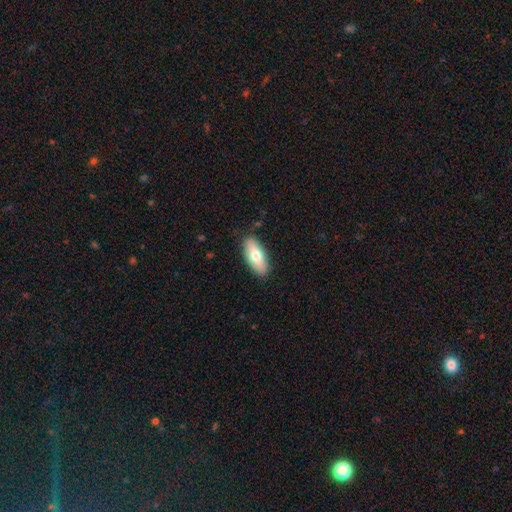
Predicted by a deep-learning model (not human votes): A smooth galaxy with no disk features (71%) that is in between round and cigar-shaped (82%).

Vote fractions:
- Smooth or featured? smooth: 71% / featured or disk: 23% / star or artifact: 6%
- How rounded? in between: 82% / cigar-shaped: 16% / round: 2%
- Merging? none: 86% / minor disturbance: 10% / major disturbance: 2% / merger: 1%